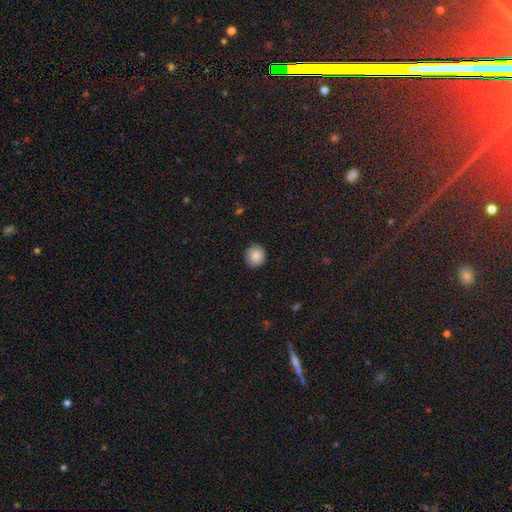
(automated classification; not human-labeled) A smooth galaxy with no disk features (87%) that is round (89%).

Vote fractions:
- Smooth or featured? smooth: 87% / star or artifact: 8% / featured or disk: 5%
- How rounded? round: 89% / in between: 10% / cigar-shaped: 1%
- Merging? none: 89% / minor disturbance: 8% / major disturbance: 2% / merger: 1%